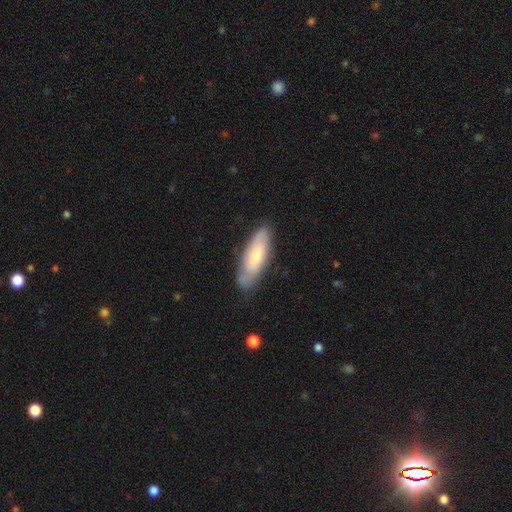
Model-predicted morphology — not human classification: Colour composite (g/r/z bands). It shows a smooth galaxy with no disk features (62%) that is in between round and cigar-shaped (55%). Merging: none (75%).